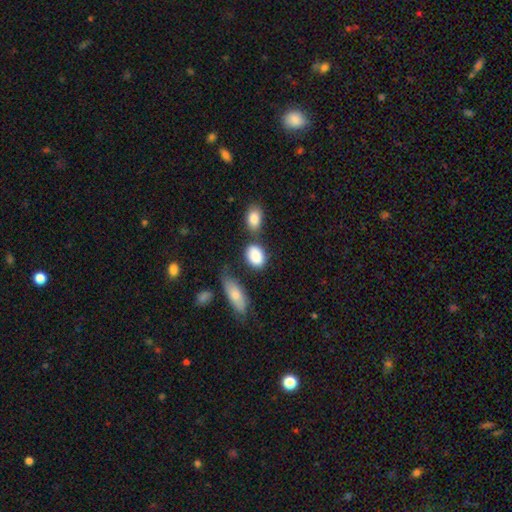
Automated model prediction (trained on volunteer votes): Overall: smooth (86%). How rounded: in between (77%). Merging: none (61%).